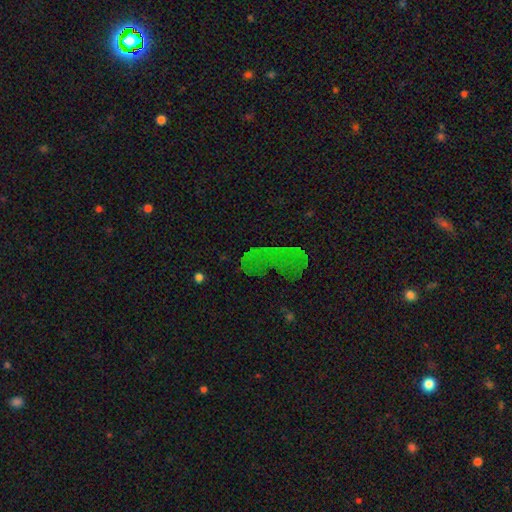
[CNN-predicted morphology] type=star or artifact (53%).